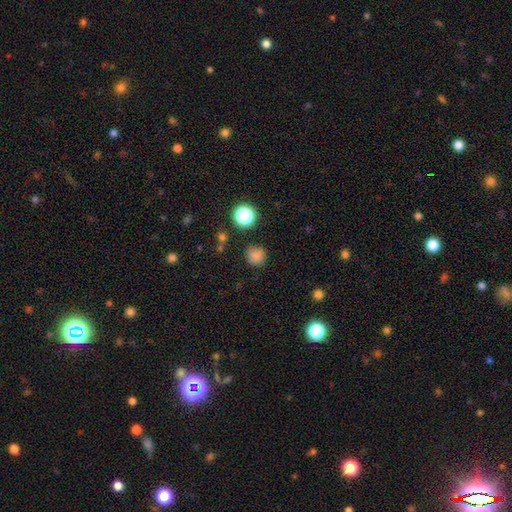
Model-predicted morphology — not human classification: Overall: smooth (78%). How rounded: round (87%). Merging: none (79%).